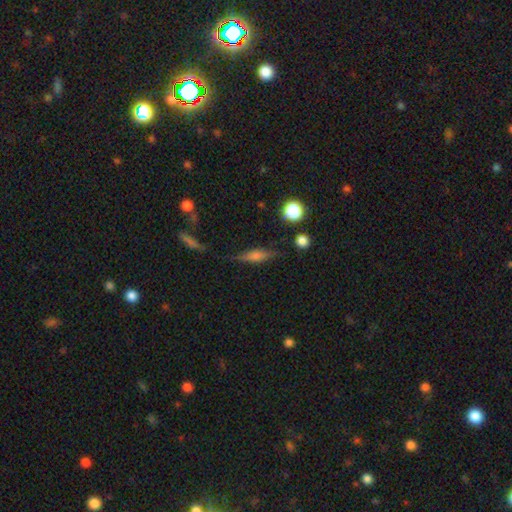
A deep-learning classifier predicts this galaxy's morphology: Overall: featured or disk (50%; smooth 39%). Merging: none (79%).